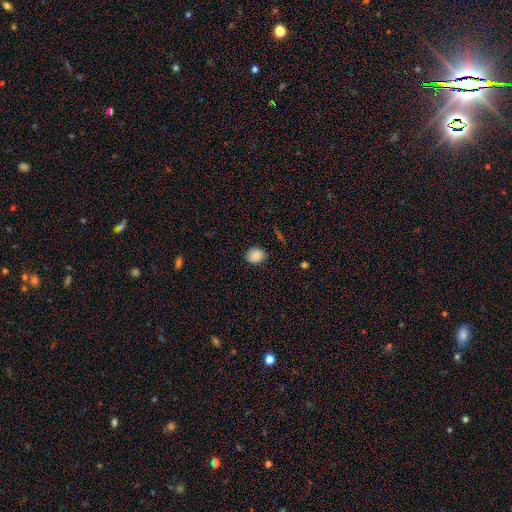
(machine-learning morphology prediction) This is clearly a smooth galaxy (86%). How rounded: likely round (75%). Merging: clearly none (82%).